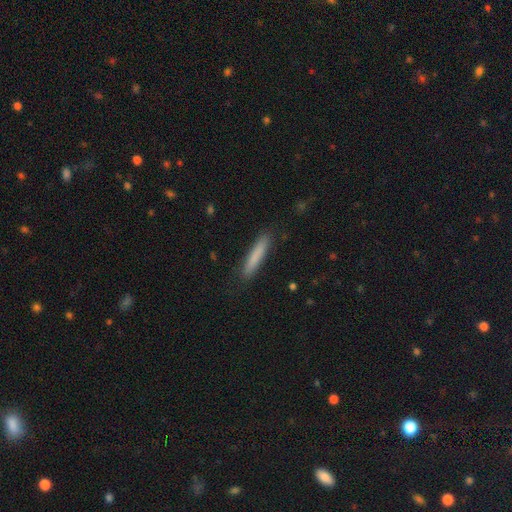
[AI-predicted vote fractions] This is clearly a smooth galaxy (81%). How rounded: clearly cigar-shaped (92%). Merging: clearly none (88%).